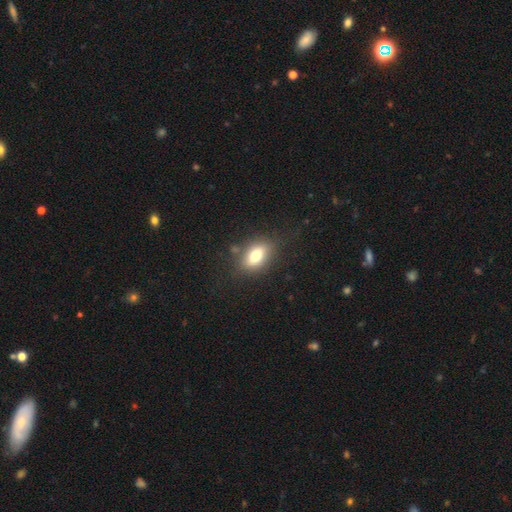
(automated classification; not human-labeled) Smooth or featured: smooth — 73% (featured or disk — 18%)
How rounded: in between — 83% (round — 11%)
Merging: none — 77% (minor disturbance — 14%)